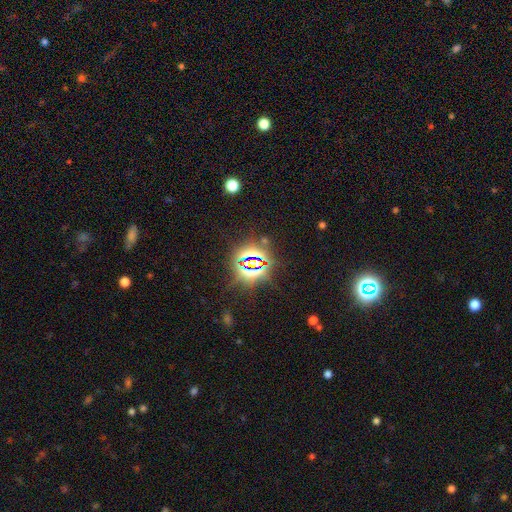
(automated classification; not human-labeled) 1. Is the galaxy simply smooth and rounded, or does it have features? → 80% star or artifact, 12% smooth, 8% featured or disk.